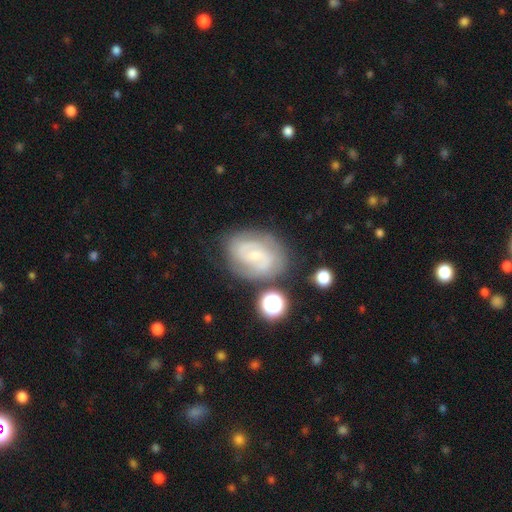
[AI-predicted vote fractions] This is likely a featured or disk galaxy (76%). It is clearly not viewed edge-on (97%). Bar: marginally weak (45%, tied with no). Spiral arm pattern: clearly yes (92%). Spiral arm count: likely 2 (61%). Spiral winding: possibly tight (48%). Central bulge: likely small (69%). Merging: likely none (69%).